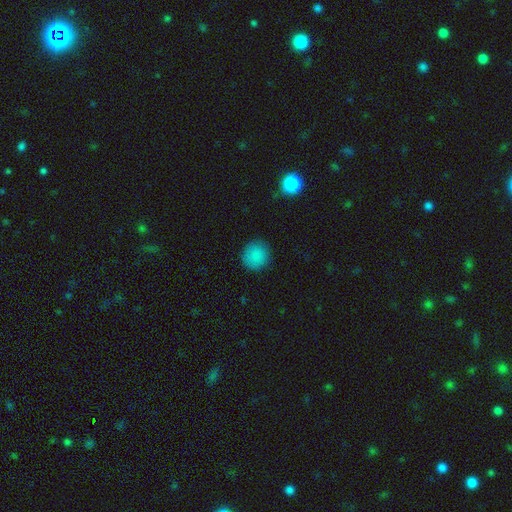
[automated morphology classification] Smooth or featured? Predicted: smooth (p=0.87). How rounded? Predicted: round (p=0.93). Merging? Predicted: none (p=0.89).